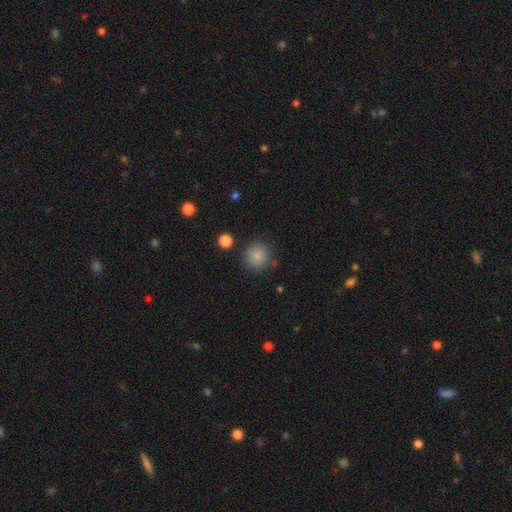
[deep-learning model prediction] Smooth or featured?
  - smooth: 85% *
  - star or artifact: 11%
  - featured or disk: 5%
How rounded?
  - round: 89% *
  - in between: 10%
  - cigar-shaped: 1%
Merging?
  - none: 84% *
  - minor disturbance: 9%
  - major disturbance: 3%
  - merger: 3%